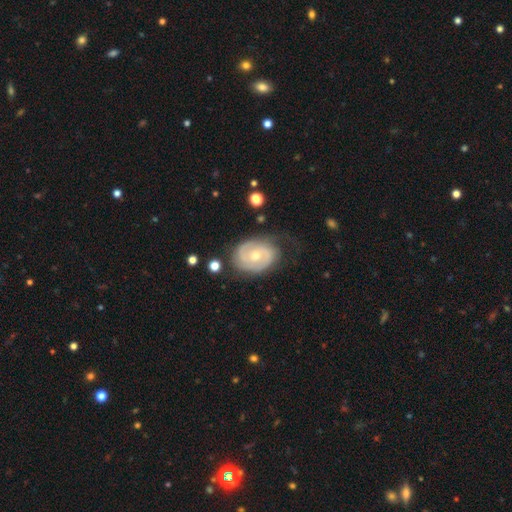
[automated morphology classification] Smooth or featured? featured or disk (77%)
Edge-on disk? no (97%)
Bar? no (68%)
Spiral arms? yes (86%)
Spiral winding? tight (55%)
Spiral arm count? 2 (62%)
Bulge size? moderate (55%)
Merging? none (63%)